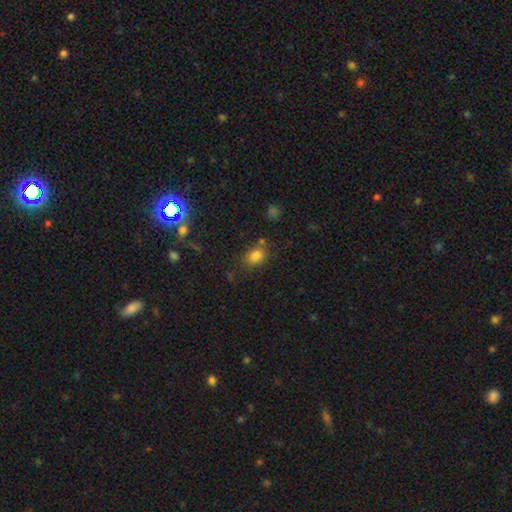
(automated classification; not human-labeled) smooth-or-featured: smooth: 80% | star or artifact: 12% | featured or disk: 7%
  how-rounded: in between: 75% | round: 24% | cigar-shaped: 1%
  merging: none: 70% | minor disturbance: 16% | merger: 9% | major disturbance: 5%